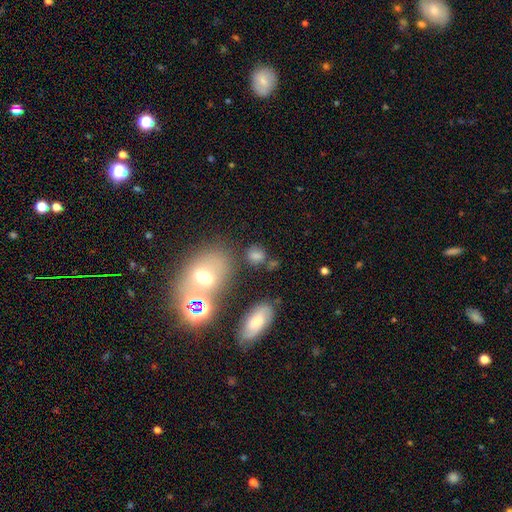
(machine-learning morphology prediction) This is likely a smooth galaxy (65%). How rounded: possibly in between (53%). Merging: possibly none (58%).